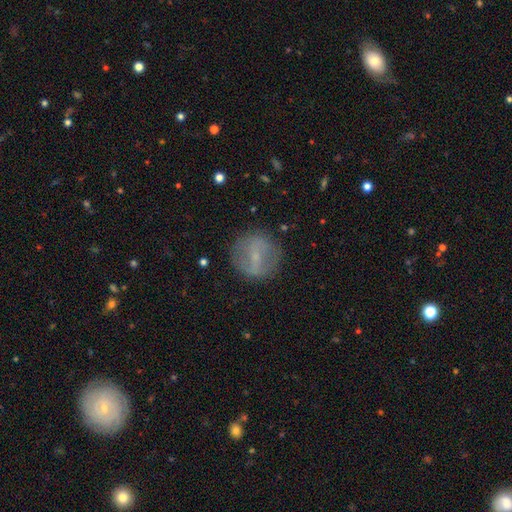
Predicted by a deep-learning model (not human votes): This is possibly a featured or disk galaxy (50%). Merging: clearly none (82%).